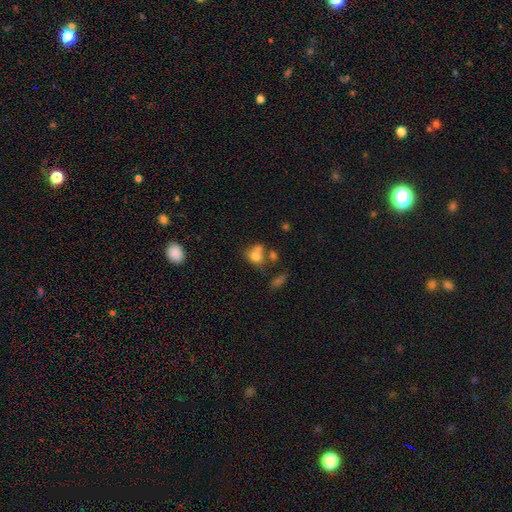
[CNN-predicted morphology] type=smooth (70%); roundness=round (53%); merging=merger (44%).